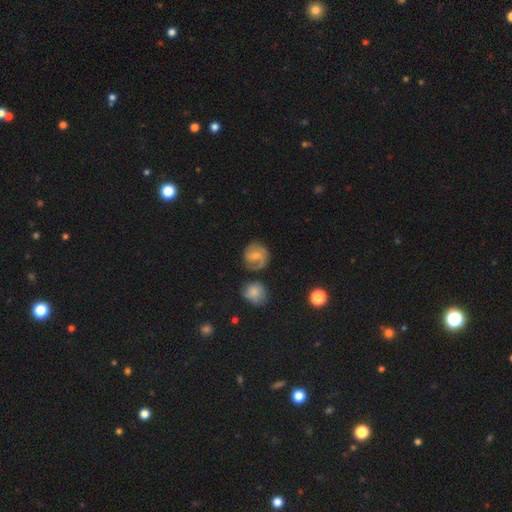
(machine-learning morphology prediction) Smooth or featured: featured or disk — 56% (smooth — 37%)
Edge-on disk: no — 97% (yes — 3%)
Bar: weak — 45% (no — 44%)
Spiral arms: yes — 87% (no — 13%)
Bulge size: small — 56% (moderate — 34%)
Merging: none — 65% (minor disturbance — 19%)